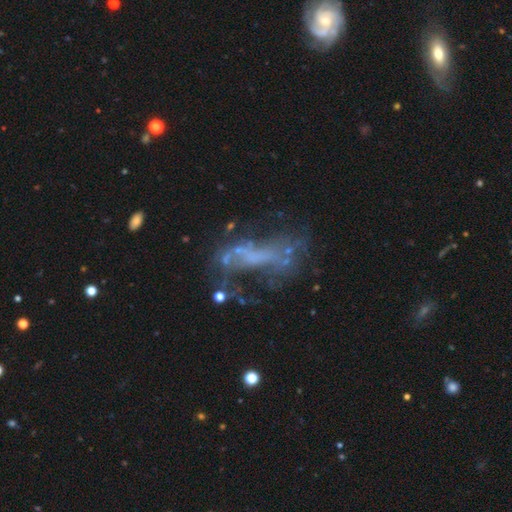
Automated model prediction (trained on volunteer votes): This is likely a featured or disk galaxy (61%). It is clearly not viewed edge-on (89%). Bar: likely no (70%). Spiral arm pattern: likely no (76%). Central bulge: likely none (77%). Merging: marginally none (37%).